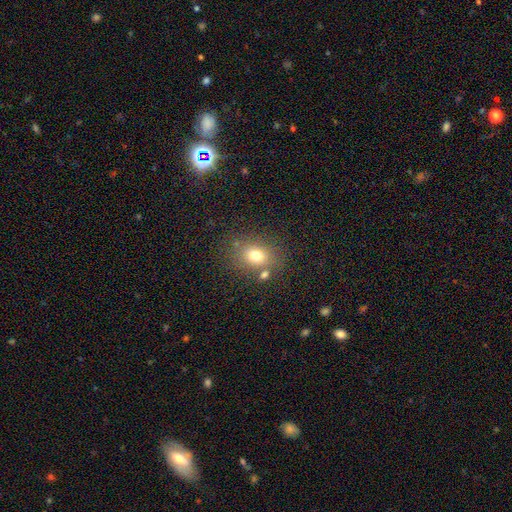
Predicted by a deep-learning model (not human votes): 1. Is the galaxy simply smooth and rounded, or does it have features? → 73% smooth, 14% star or artifact, 13% featured or disk.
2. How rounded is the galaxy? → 55% in between, 44% round, 1% cigar-shaped.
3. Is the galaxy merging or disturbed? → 70% none, 13% minor disturbance, 12% merger, 5% major disturbance.